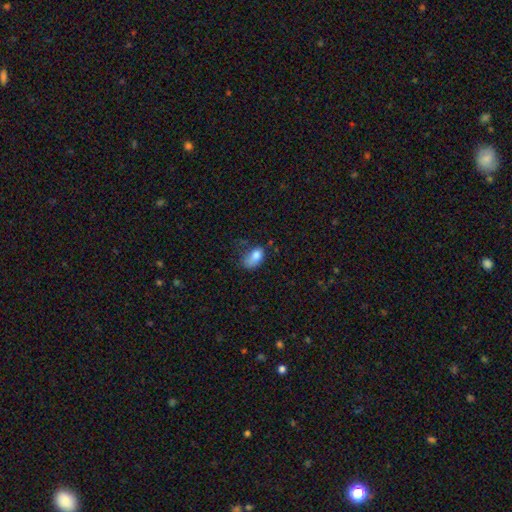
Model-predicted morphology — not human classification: Smooth or featured: smooth — 78% (featured or disk — 13%)
How rounded: in between — 88% (round — 10%)
Merging: minor disturbance — 35% (major disturbance — 30%)